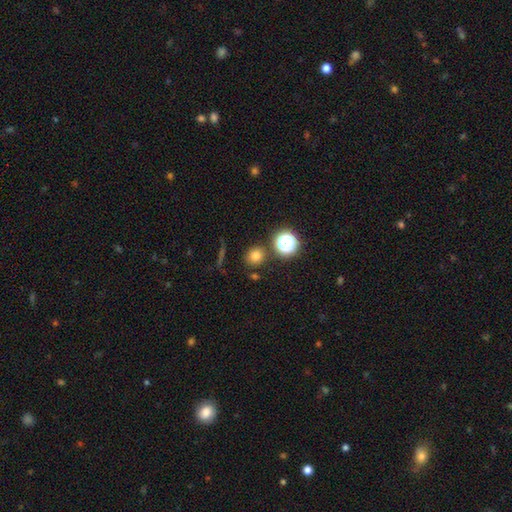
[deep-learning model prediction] This is likely a smooth galaxy (75%). How rounded: clearly round (87%). Merging: clearly none (84%).